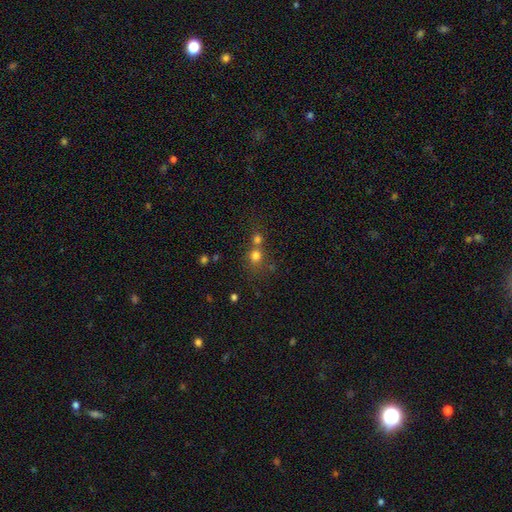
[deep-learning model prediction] smooth-or-featured: smooth: 73% | star or artifact: 17% | featured or disk: 10%
  how-rounded: round: 82% | in between: 17% | cigar-shaped: 1%
  merging: merger: 47% | none: 42% | minor disturbance: 7% | major disturbance: 4%